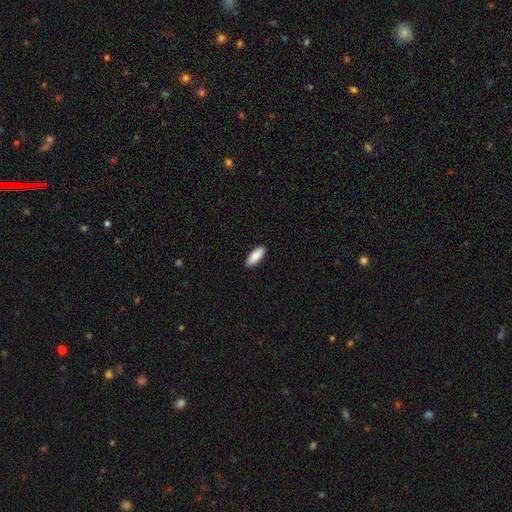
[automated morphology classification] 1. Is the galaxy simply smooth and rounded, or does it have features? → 90% smooth, 6% star or artifact, 5% featured or disk.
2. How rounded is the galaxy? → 74% in between, 24% cigar-shaped, 2% round.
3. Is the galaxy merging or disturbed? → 90% none, 7% minor disturbance, 2% major disturbance, 1% merger.